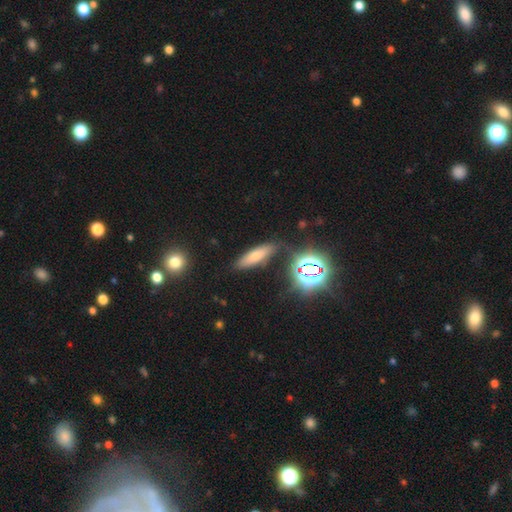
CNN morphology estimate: This appears to be a smooth galaxy with no disk features (65%) that is cigar-shaped (55%). Merging: none (80%).